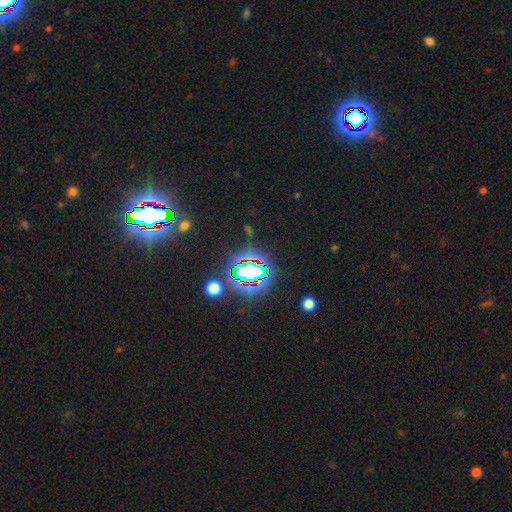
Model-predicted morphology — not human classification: Smooth or featured?
  - star or artifact: 83% *
  - smooth: 10%
  - featured or disk: 7%